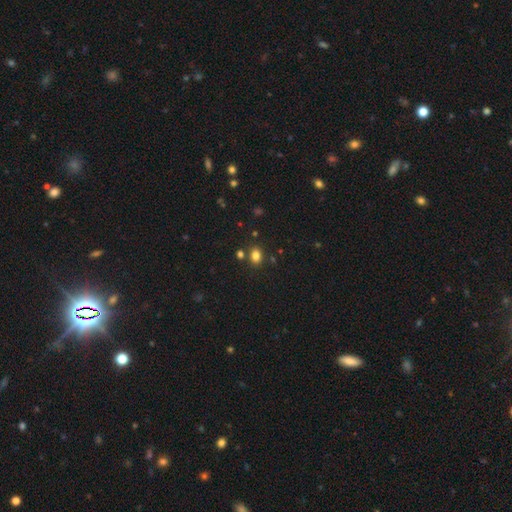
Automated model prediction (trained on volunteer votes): Morphology: type=smooth (82%); roundness=in between (66%); merging=none (80%).